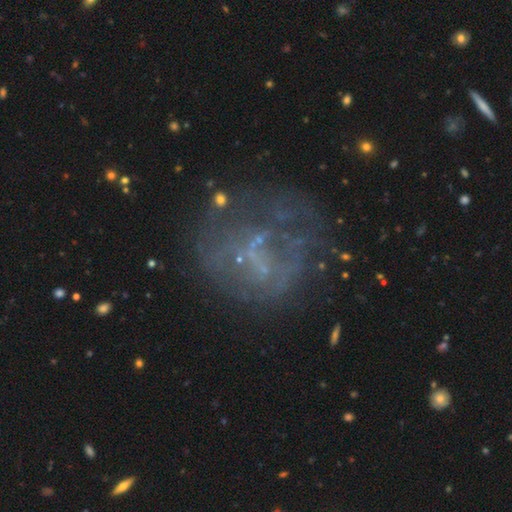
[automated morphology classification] Smooth or featured? Predicted: featured or disk (p=0.54). Edge-on disk? Predicted: no (p=0.98). Bar? Predicted: no (p=0.78). Spiral arms? Predicted: no (p=0.80). Bulge size? Predicted: none (p=0.72). Merging? Predicted: none (p=0.53).